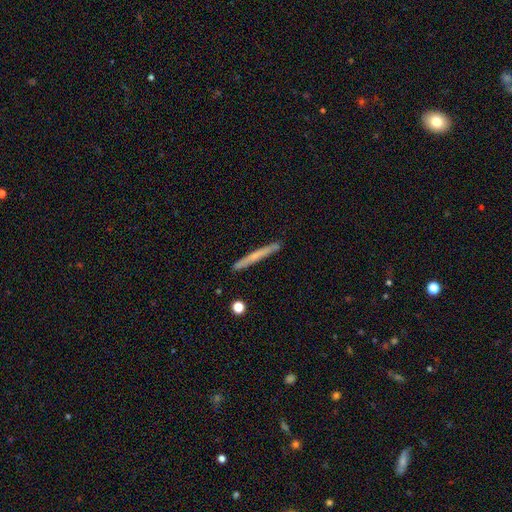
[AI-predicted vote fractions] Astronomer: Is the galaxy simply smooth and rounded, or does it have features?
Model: smooth — 52% (runner-up: featured or disk, 42%).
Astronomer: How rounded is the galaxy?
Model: cigar-shaped — 97%.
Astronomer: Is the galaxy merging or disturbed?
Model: none — 90%.